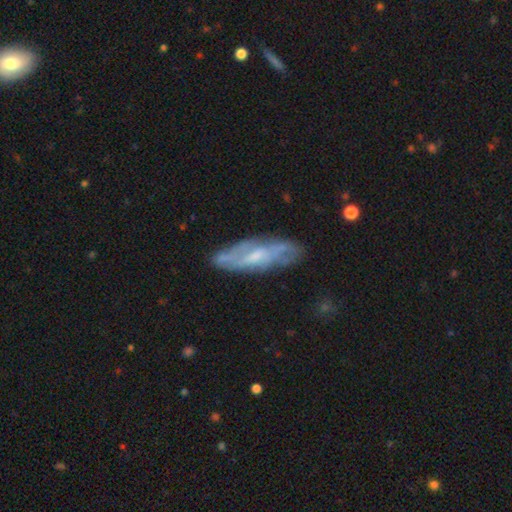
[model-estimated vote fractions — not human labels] This appears to be a featured or disk galaxy (67%). Merging: none (73%).